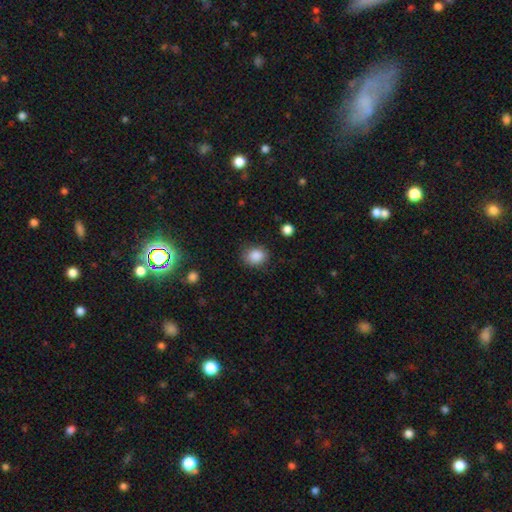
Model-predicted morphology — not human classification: This appears to be a smooth galaxy with no disk features (87%) that is round (51%). Merging: none (81%).